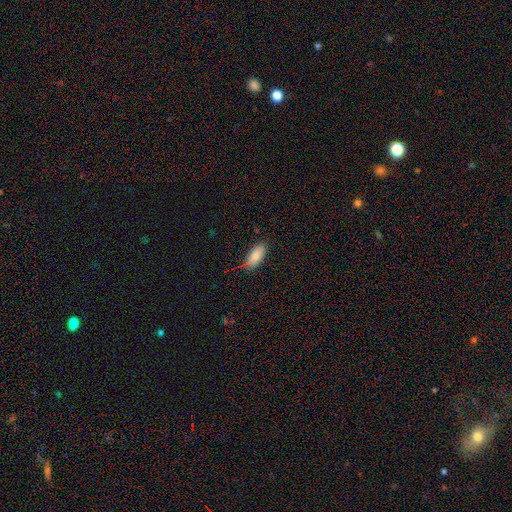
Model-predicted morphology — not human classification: This is clearly a smooth galaxy (82%). How rounded: clearly in between (88%). Merging: likely none (71%).